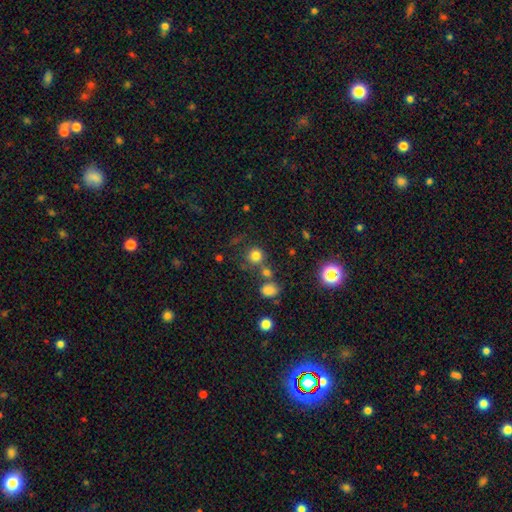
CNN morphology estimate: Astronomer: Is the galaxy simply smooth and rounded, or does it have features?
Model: smooth — 78%.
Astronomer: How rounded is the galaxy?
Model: round — 90%.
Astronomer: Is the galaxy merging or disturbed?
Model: none — 67%.